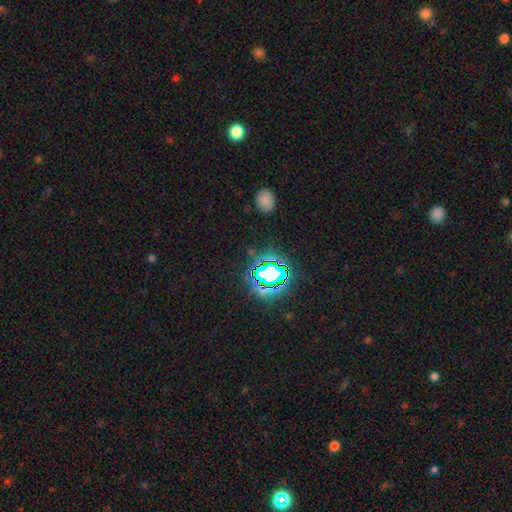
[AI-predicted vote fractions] A star or artifact, not a galaxy (81%).

Vote fractions:
- Smooth or featured? star or artifact: 81% / smooth: 13% / featured or disk: 6%